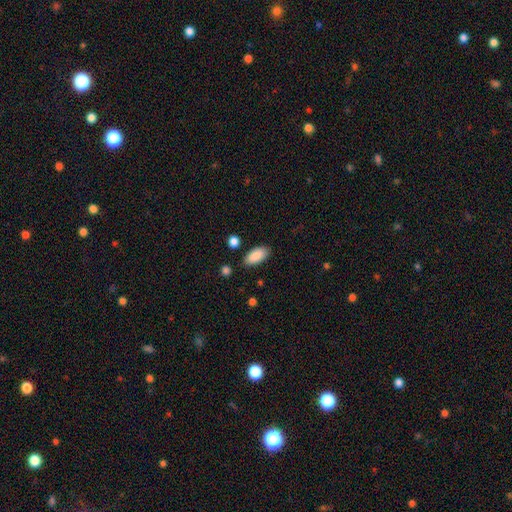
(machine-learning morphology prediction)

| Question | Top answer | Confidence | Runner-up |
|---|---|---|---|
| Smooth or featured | smooth | 89% | star or artifact (6%) |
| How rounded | in between | 92% | cigar-shaped (6%) |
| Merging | none | 83% | minor disturbance (12%) |